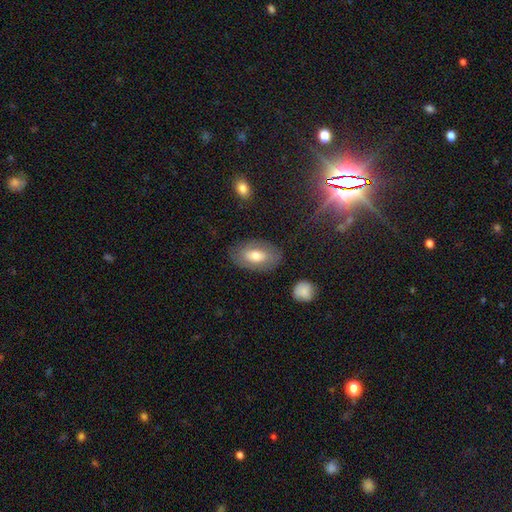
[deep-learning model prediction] smooth-or-featured: smooth: 61% | featured or disk: 32% | star or artifact: 7%
  how-rounded: in between: 91% | round: 7% | cigar-shaped: 2%
  merging: none: 78% | minor disturbance: 15% | major disturbance: 6% | merger: 2%